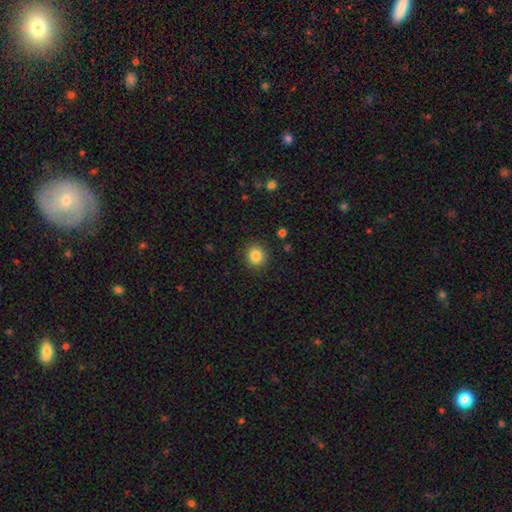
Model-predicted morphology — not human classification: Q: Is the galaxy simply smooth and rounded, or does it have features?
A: smooth — 85%.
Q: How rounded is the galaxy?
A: round — 88%.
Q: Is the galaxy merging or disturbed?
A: none — 90%.